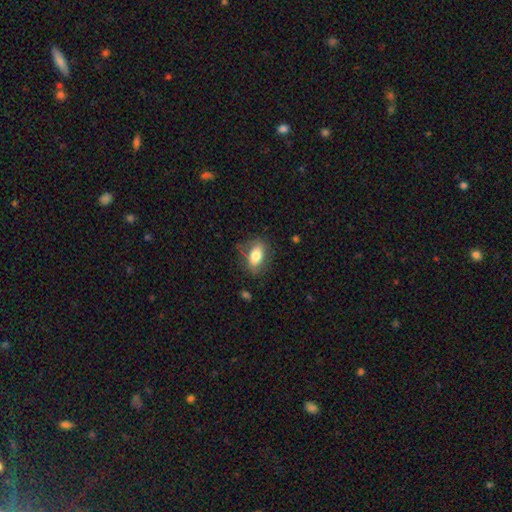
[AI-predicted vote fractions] Smooth or featured: smooth — 73% (featured or disk — 19%)
How rounded: in between — 87% (round — 8%)
Merging: none — 67% (minor disturbance — 22%)